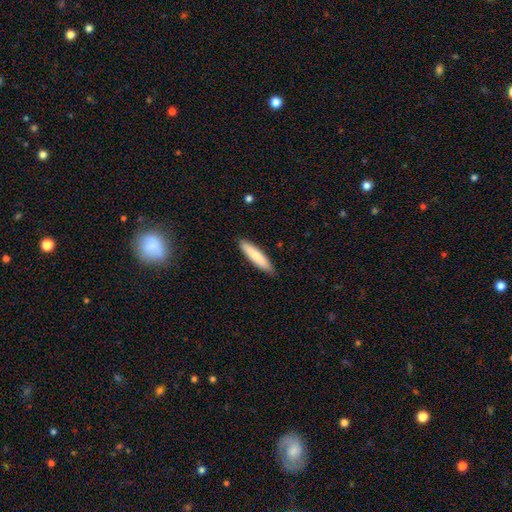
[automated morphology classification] Smooth or featured? Predicted: smooth (p=0.80). How rounded? Predicted: cigar-shaped (p=0.78). Merging? Predicted: none (p=0.86).